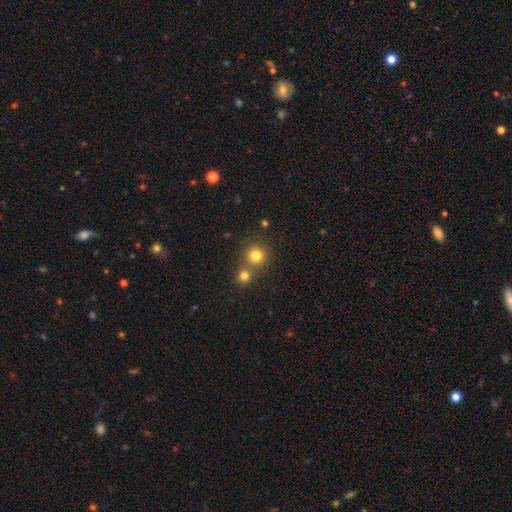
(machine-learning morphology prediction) This appears to be a smooth galaxy with no disk features (79%) that is round (92%). Merging: none (65%).